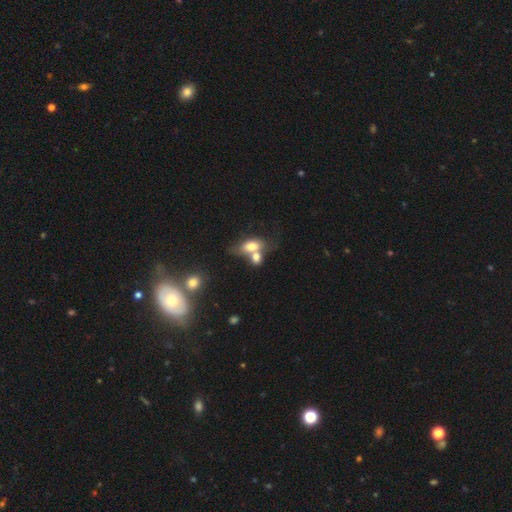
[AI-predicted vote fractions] A smooth galaxy with no disk features (69%) that is in between round and cigar-shaped (78%). Merging: merger (60%).